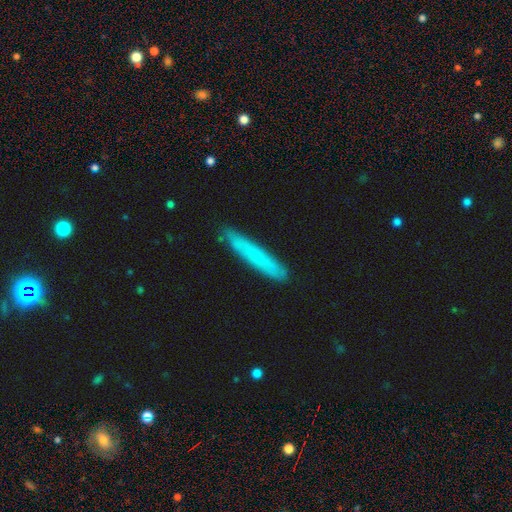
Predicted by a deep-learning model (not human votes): smooth-or-featured: smooth: 68% | featured or disk: 25% | star or artifact: 7%
  how-rounded: cigar-shaped: 93% | in between: 5% | round: 1%
  merging: none: 86% | minor disturbance: 11% | major disturbance: 2% | merger: 1%